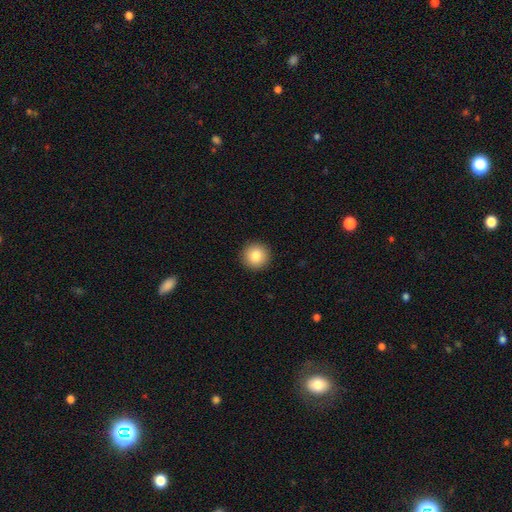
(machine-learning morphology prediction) Smooth or featured? smooth (84%)
How rounded? round (95%)
Merging? none (93%)